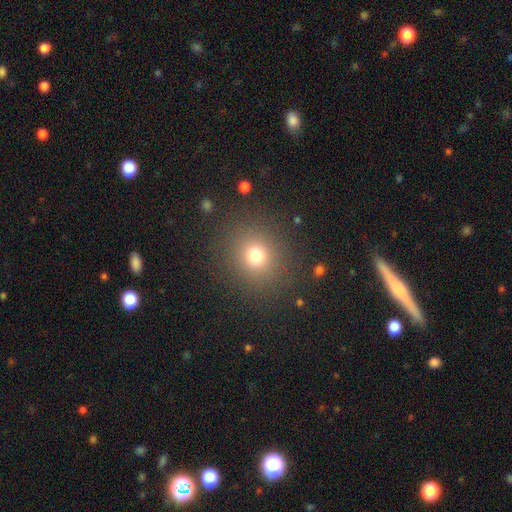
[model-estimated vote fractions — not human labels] This is likely a smooth galaxy (74%). How rounded: clearly round (82%). Merging: clearly none (86%).